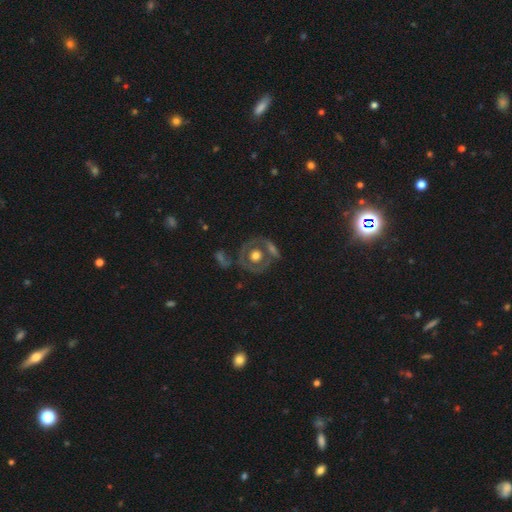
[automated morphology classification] Smooth or featured: featured or disk — 54% (smooth — 38%)
Edge-on disk: no — 91% (yes — 9%)
Merging: none — 65% (merger — 14%)